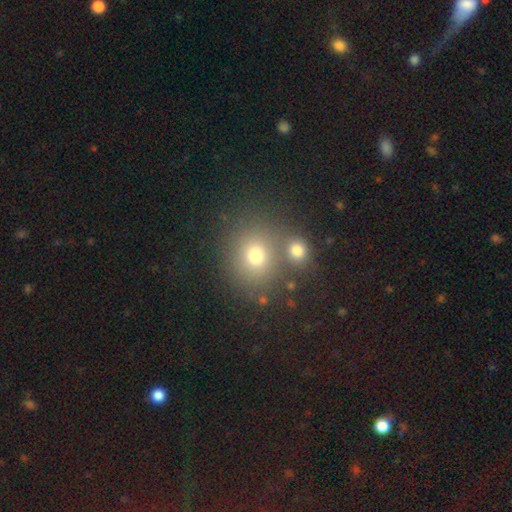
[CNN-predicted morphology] Overall: smooth (72%). How rounded: round (78%). Merging: none (62%; merger 25%).